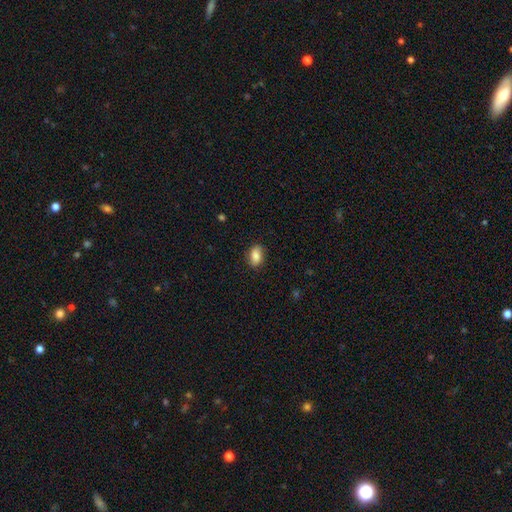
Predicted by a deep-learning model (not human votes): Smooth or featured? smooth (83%)
How rounded? in between (86%)
Merging? none (84%)